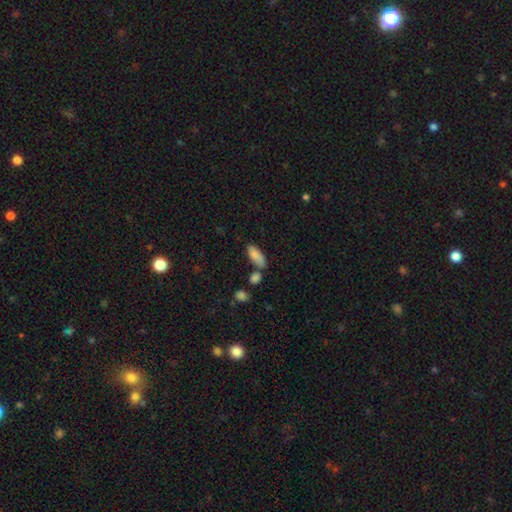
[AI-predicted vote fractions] This is clearly a smooth galaxy (84%). How rounded: likely in between (76%). Merging: likely none (61%).